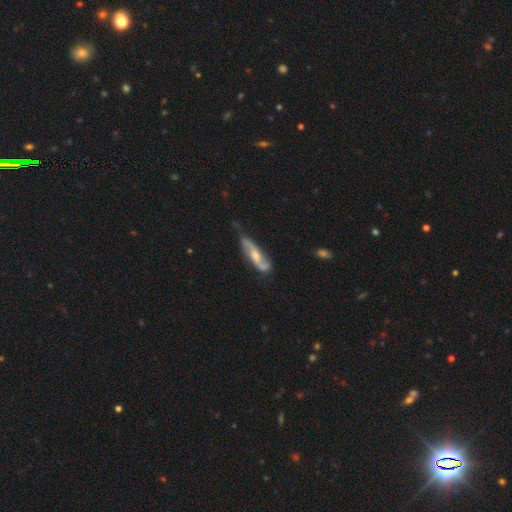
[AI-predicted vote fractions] This is likely a featured or disk galaxy (77%). It is clearly not viewed edge-on (81%). Bar: possibly no (48%). Spiral arm pattern: clearly yes (93%). Spiral arm count: clearly 2 (89%). Spiral winding: possibly loose (55%). Central bulge: possibly moderate (58%). Merging: likely none (66%).